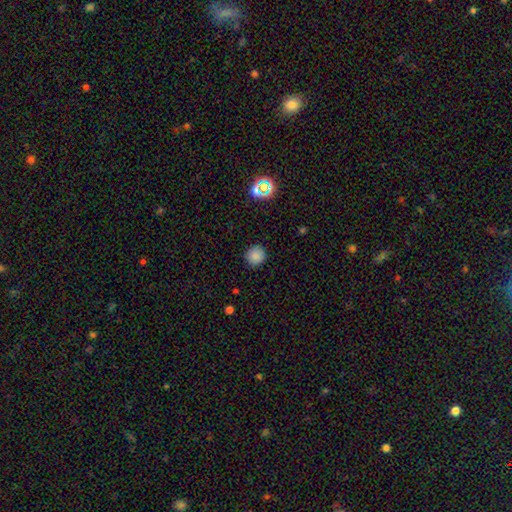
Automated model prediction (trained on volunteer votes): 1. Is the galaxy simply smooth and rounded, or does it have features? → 84% smooth, 12% star or artifact, 4% featured or disk.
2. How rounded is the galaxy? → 91% round, 8% in between, 1% cigar-shaped.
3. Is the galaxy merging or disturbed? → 89% none, 8% minor disturbance, 2% major disturbance, 1% merger.